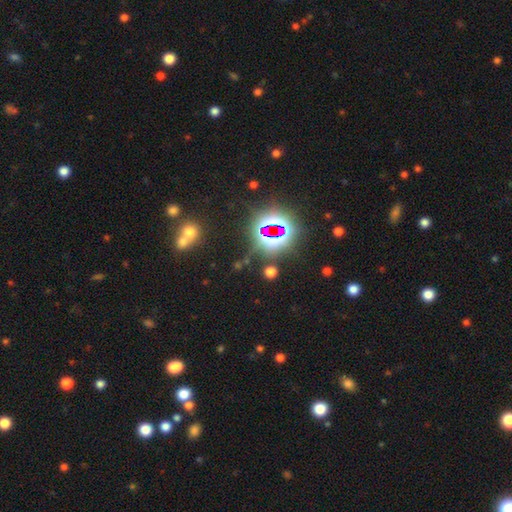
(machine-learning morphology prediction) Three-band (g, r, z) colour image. It shows a star or artifact, not a galaxy (71%).